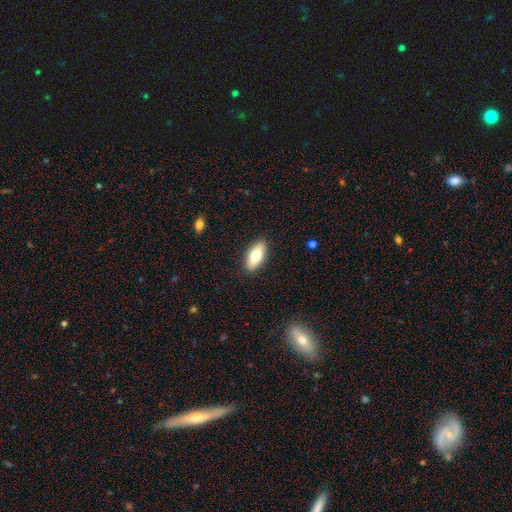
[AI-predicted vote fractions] The model was most divided on "smooth or featured": smooth: 73%, featured or disk: 20%, star or artifact: 7%. More confident: merging — none (89%); how rounded — in between (85%).